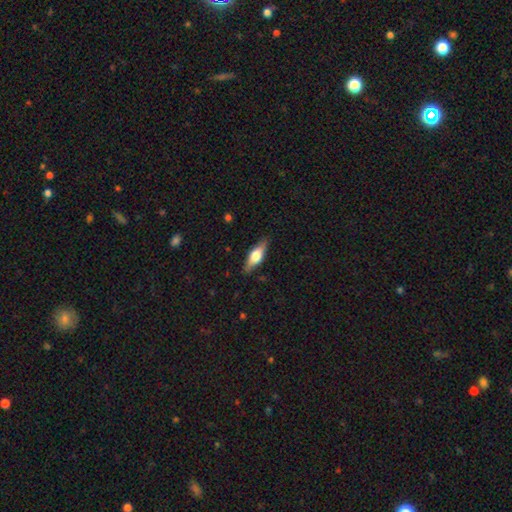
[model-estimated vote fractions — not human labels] Smooth or featured: smooth — 49% (featured or disk — 45%)
Merging: none — 86% (minor disturbance — 11%)